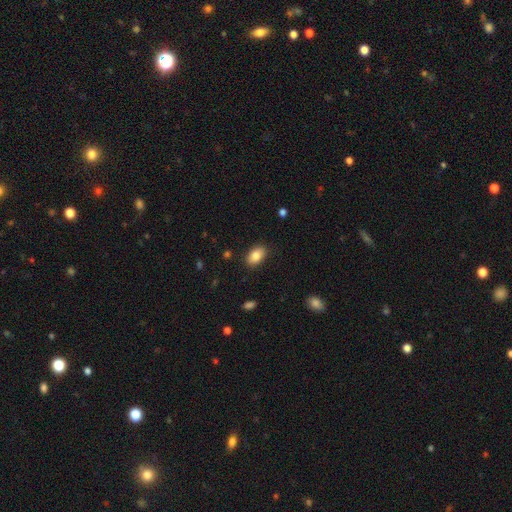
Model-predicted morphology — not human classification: The model was most divided on "smooth or featured": smooth: 85%, star or artifact: 8%, featured or disk: 7%. More confident: how rounded — in between (89%); merging — none (87%).